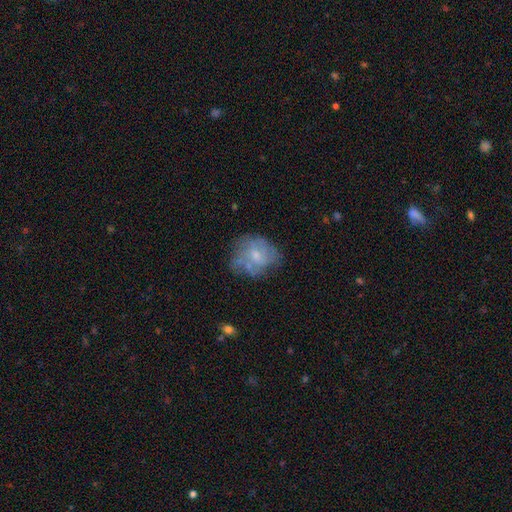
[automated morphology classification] The model was most divided on "spiral arms" (2-way tie): no: 50%, yes: 50%. More confident: edge-on disk — no (97%); bar — no (71%); bulge size — small (54%); smooth or featured — featured or disk (52%); merging — none (52%).